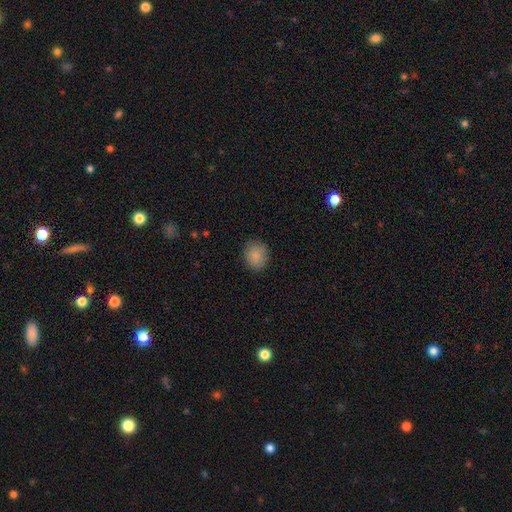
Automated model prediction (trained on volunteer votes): Smooth or featured? Predicted: smooth (p=0.87). How rounded? Predicted: round (p=0.70). Merging? Predicted: none (p=0.86).